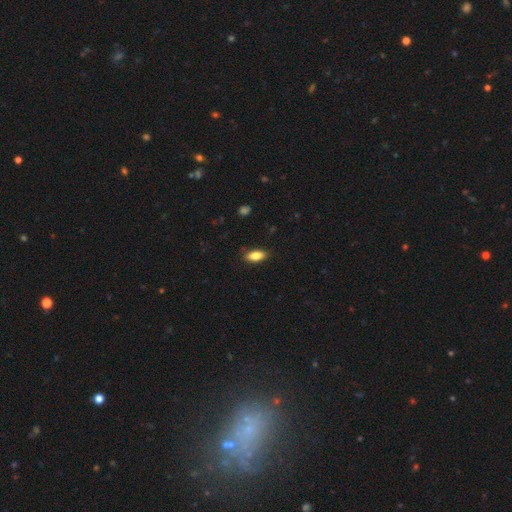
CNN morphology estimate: type=smooth (83%); roundness=in between (83%); merging=none (86%).